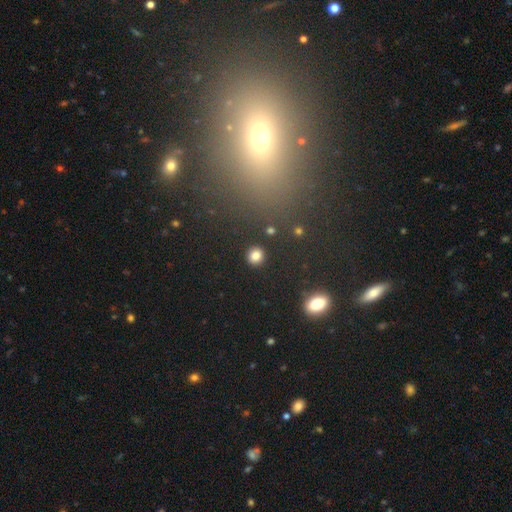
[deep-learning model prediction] smooth-or-featured: smooth: 83% | star or artifact: 12% | featured or disk: 5%
  how-rounded: round: 89% | in between: 10% | cigar-shaped: 1%
  merging: none: 91% | minor disturbance: 5% | major disturbance: 2% | merger: 2%